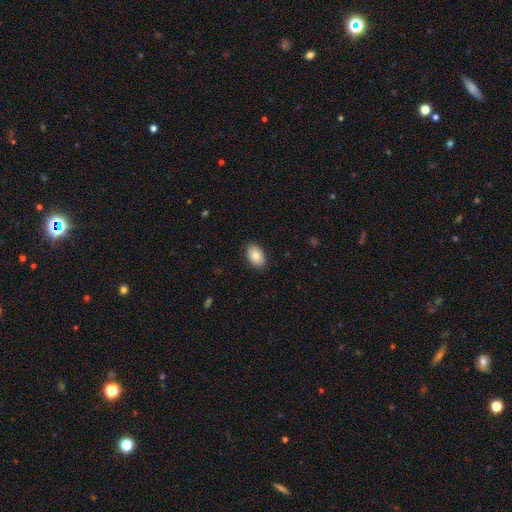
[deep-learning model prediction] Smooth or featured? smooth (83%)
How rounded? in between (89%)
Merging? none (88%)